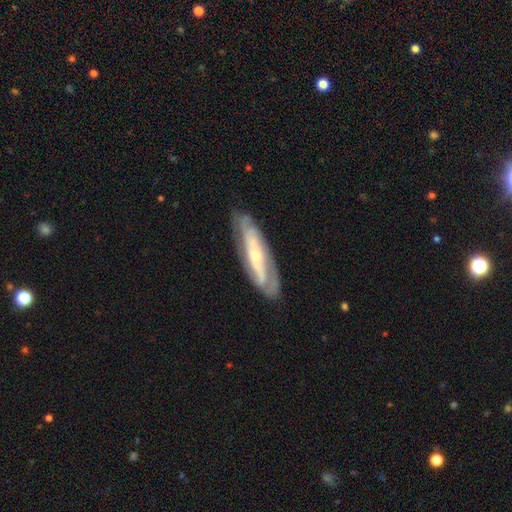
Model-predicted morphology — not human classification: Smooth or featured? Predicted: featured or disk (p=0.79). Edge-on disk? Predicted: no (p=0.78). Bar? Predicted: no (p=0.51). Spiral arms? Predicted: yes (p=0.89). Spiral winding? Predicted: tight (p=0.53). Spiral arm count? Predicted: 2 (p=0.54). Bulge size? Predicted: small (p=0.64). Merging? Predicted: none (p=0.76).